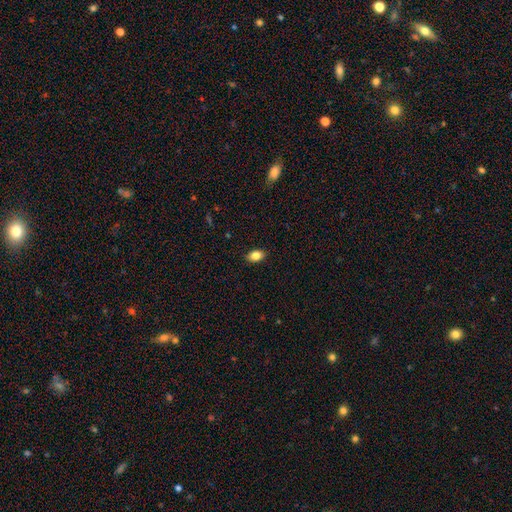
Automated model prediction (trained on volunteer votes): smooth_or_featured: smooth (p=0.84) [alt: star or artifact p=0.09]
how_rounded: in between (p=0.84) [alt: round p=0.14]
merging: none (p=0.89) [alt: minor disturbance p=0.09]